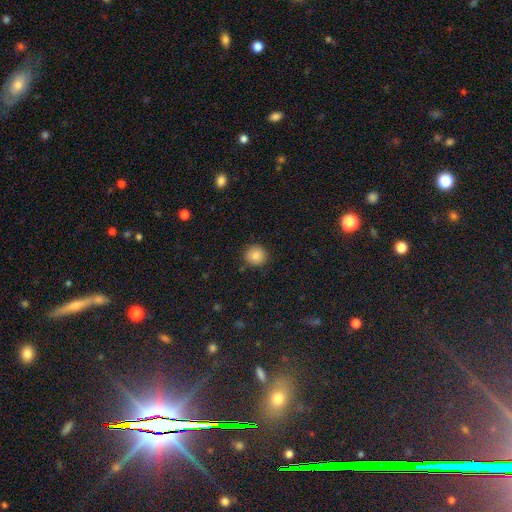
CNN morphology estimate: The model was most divided on "smooth or featured": smooth: 85%, star or artifact: 10%, featured or disk: 5%. More confident: how rounded — round (90%); merging — none (89%).